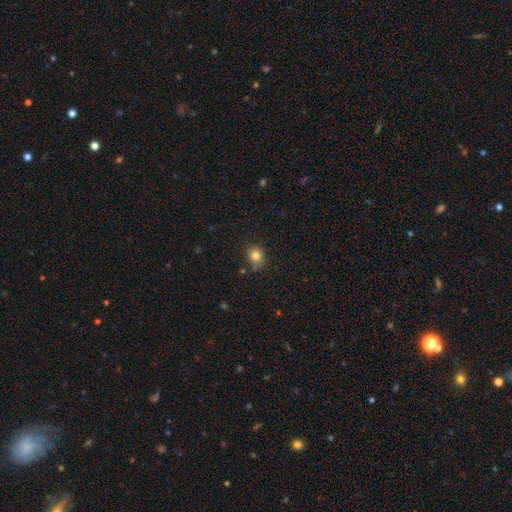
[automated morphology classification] Smooth or featured: smooth — 81% (star or artifact — 12%)
How rounded: round — 72% (in between — 27%)
Merging: none — 74% (minor disturbance — 17%)